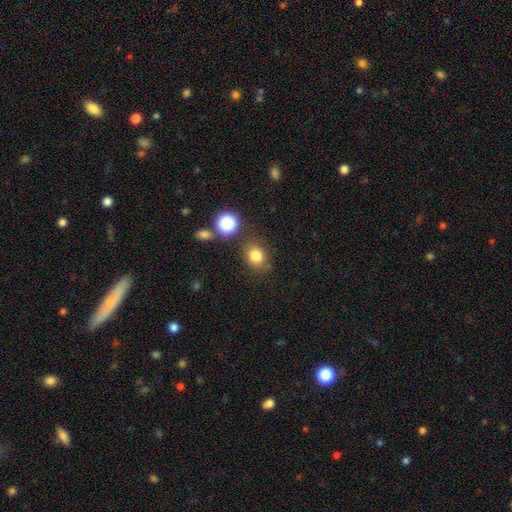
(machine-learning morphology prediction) Q: Smooth or featured?
A: smooth (80%); runner-up: star or artifact (14%)
Q: How rounded?
A: round (65%); runner-up: in between (34%)
Q: Merging?
A: none (79%); runner-up: minor disturbance (12%)